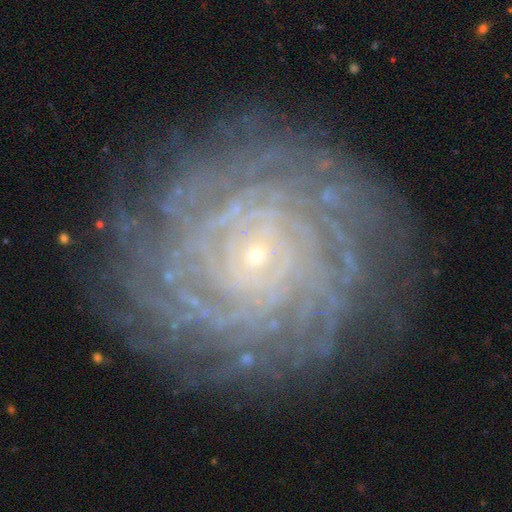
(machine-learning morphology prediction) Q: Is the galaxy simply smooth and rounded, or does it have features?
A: featured or disk — 87%.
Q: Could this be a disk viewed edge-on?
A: no — 97%.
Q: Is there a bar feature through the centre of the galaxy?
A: no — 72%.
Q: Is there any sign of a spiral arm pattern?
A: yes — 97%.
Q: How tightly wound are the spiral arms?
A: tight — 87%.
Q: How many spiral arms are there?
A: more than 4 — 35%.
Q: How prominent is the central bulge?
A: small — 87%.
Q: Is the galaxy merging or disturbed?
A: none — 83%.